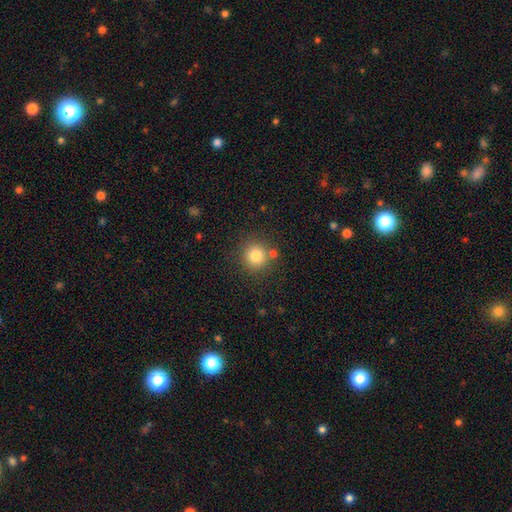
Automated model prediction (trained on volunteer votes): Smooth or featured? Predicted: smooth (p=0.80). How rounded? Predicted: round (p=0.93). Merging? Predicted: none (p=0.79).